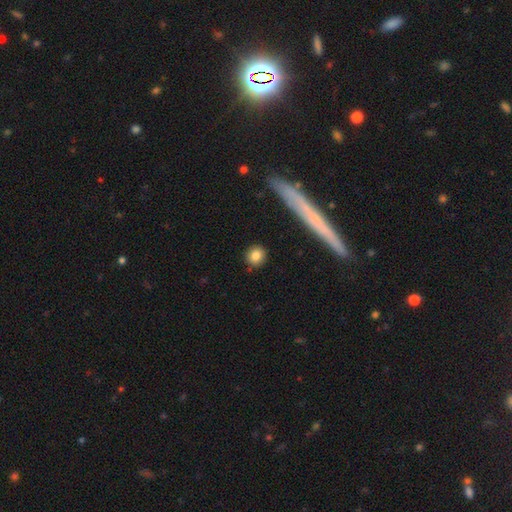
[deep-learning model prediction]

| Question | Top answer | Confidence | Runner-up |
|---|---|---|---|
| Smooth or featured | smooth | 82% | star or artifact (9%) |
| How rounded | round | 87% | in between (11%) |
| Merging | none | 89% | minor disturbance (7%) |